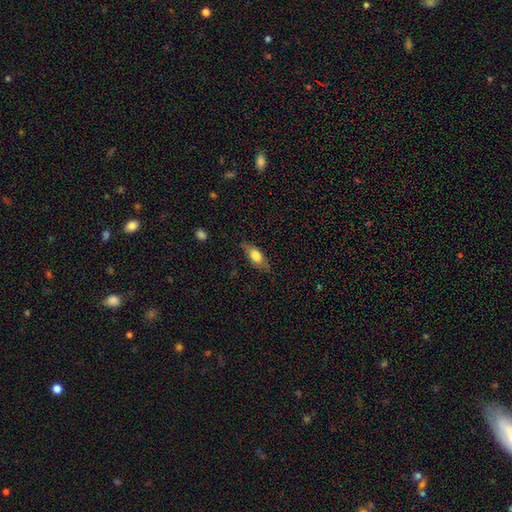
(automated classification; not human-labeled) This appears to be a smooth galaxy with no disk features (69%) that is in between round and cigar-shaped (75%). Merging: none (78%).